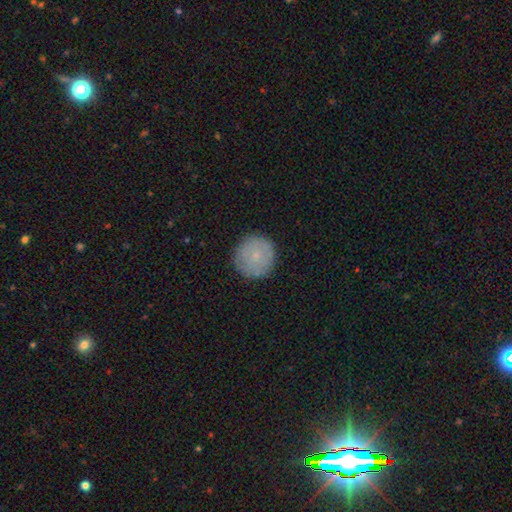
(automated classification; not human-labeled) Smooth or featured? Predicted: smooth (p=0.74). How rounded? Predicted: round (p=0.95). Merging? Predicted: none (p=0.87).